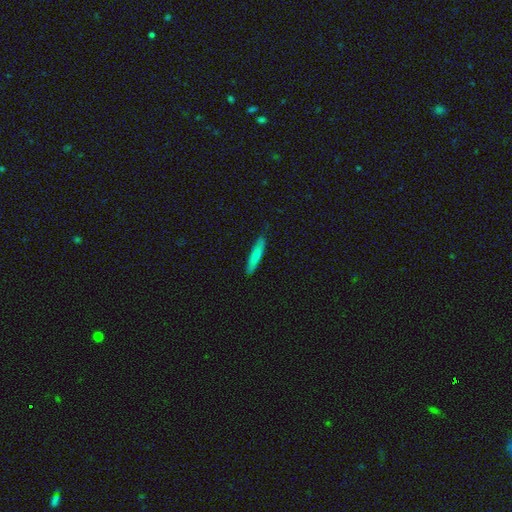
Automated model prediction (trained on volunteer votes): Smooth or featured?
  - smooth: 77% *
  - featured or disk: 17%
  - star or artifact: 6%
How rounded?
  - cigar-shaped: 89% *
  - in between: 9%
  - round: 1%
Merging?
  - none: 86% *
  - minor disturbance: 11%
  - major disturbance: 2%
  - merger: 1%